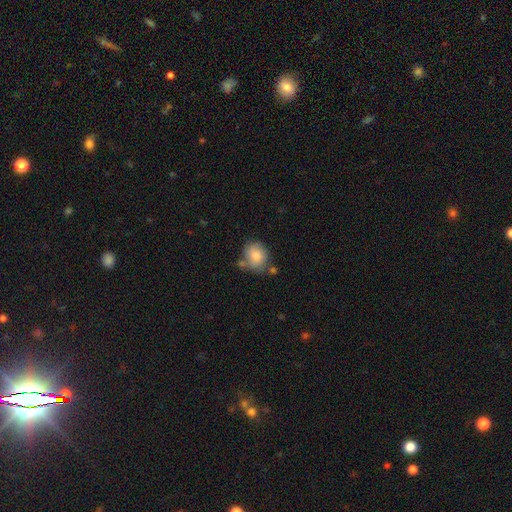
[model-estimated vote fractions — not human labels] smooth-or-featured: smooth: 74% | featured or disk: 19% | star or artifact: 7%
  how-rounded: round: 67% | in between: 32% | cigar-shaped: 1%
  merging: none: 52% | minor disturbance: 25% | merger: 14% | major disturbance: 8%